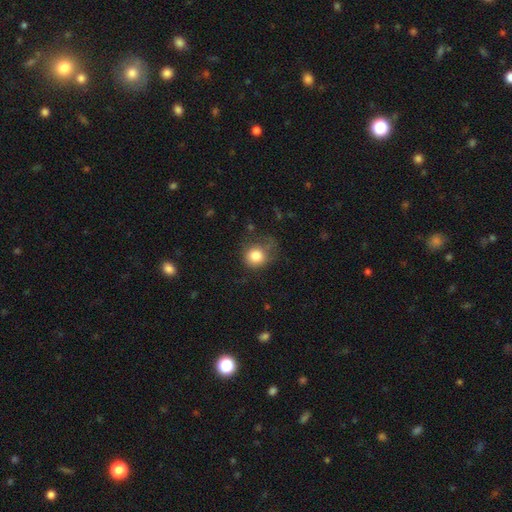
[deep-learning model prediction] Smooth or featured? Predicted: smooth (p=0.81). How rounded? Predicted: round (p=0.81). Merging? Predicted: none (p=0.56).